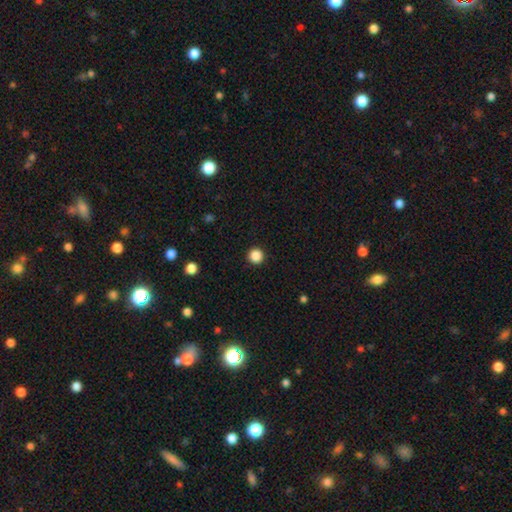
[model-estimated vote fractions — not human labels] This is clearly a smooth galaxy (87%). How rounded: clearly round (96%). Merging: clearly none (93%).